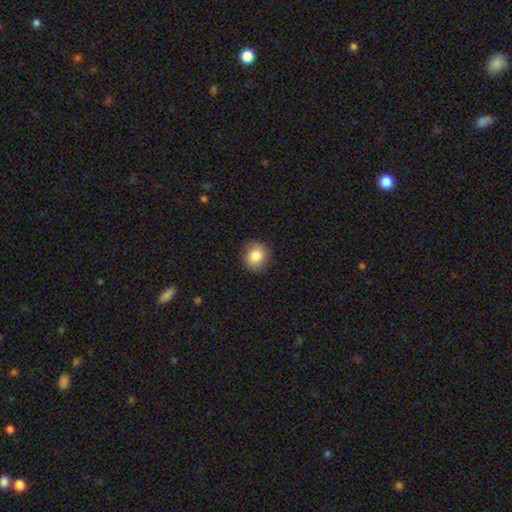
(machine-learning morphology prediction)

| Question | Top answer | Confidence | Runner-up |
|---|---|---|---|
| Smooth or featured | smooth | 85% | star or artifact (9%) |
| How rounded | round | 83% | in between (16%) |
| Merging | none | 88% | minor disturbance (9%) |